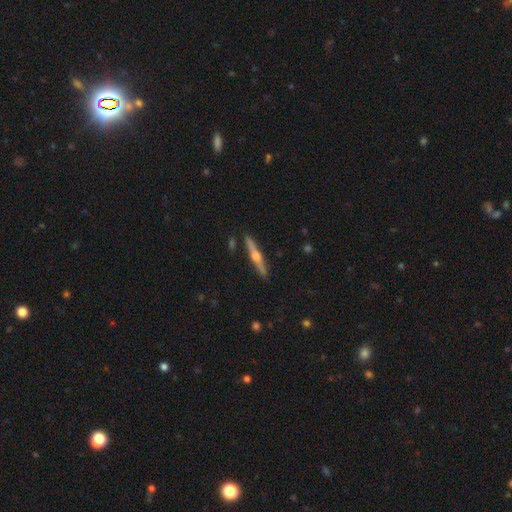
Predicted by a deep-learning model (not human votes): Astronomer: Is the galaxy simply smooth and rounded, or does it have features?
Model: featured or disk — 73%.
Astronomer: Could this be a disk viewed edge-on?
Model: yes — 97%.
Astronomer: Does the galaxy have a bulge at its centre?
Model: rounded — 90%.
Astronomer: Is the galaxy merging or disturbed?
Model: none — 89%.